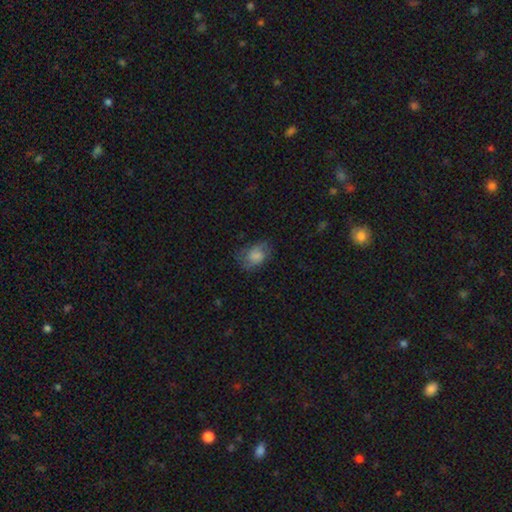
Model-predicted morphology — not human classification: A smooth galaxy with no disk features (63%) that is in between round and cigar-shaped (71%).

Vote fractions:
- Smooth or featured? smooth: 63% / featured or disk: 27% / star or artifact: 10%
- How rounded? in between: 71% / round: 27% / cigar-shaped: 1%
- Merging? none: 59% / minor disturbance: 26% / major disturbance: 14% / merger: 1%